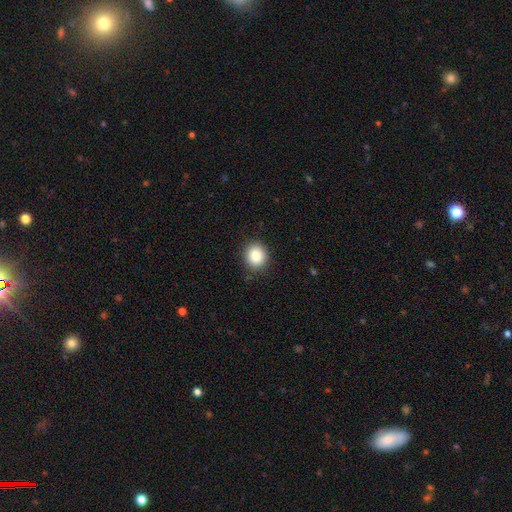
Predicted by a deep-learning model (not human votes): Q: Smooth or featured?
A: smooth (84%); runner-up: star or artifact (9%)
Q: How rounded?
A: round (80%); runner-up: in between (19%)
Q: Merging?
A: none (89%); runner-up: minor disturbance (8%)